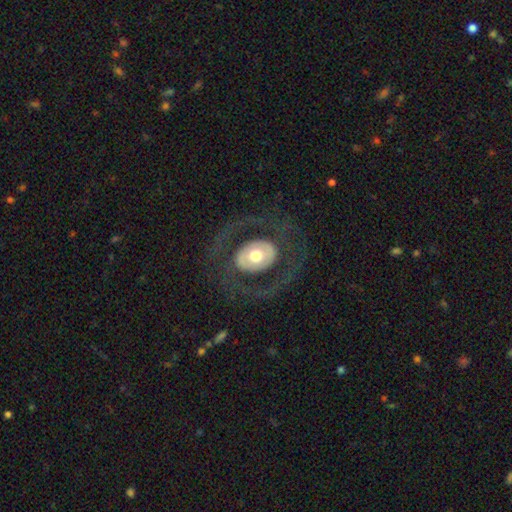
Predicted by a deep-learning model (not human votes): Smooth or featured?
  - featured or disk: 60% *
  - smooth: 34%
  - star or artifact: 6%
Edge-on disk?
  - no: 93% *
  - yes: 7%
Bar?
  - no: 80% *
  - weak: 13%
  - strong: 7%
Spiral arms?
  - no: 65% *
  - yes: 35%
Bulge size?
  - moderate: 57% *
  - large: 31%
  - small: 6%
  - dominant: 5%
  - none: 1%
Merging?
  - none: 75% *
  - major disturbance: 14%
  - minor disturbance: 10%
  - merger: 1%